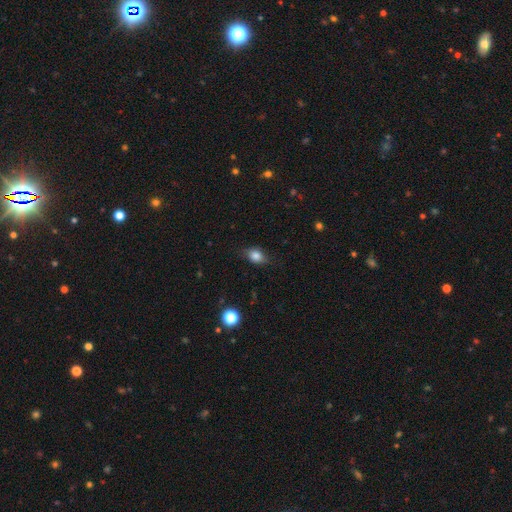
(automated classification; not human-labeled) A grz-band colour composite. It shows a smooth galaxy with no disk features (80%) that is in between round and cigar-shaped (72%). Merging: none (75%).